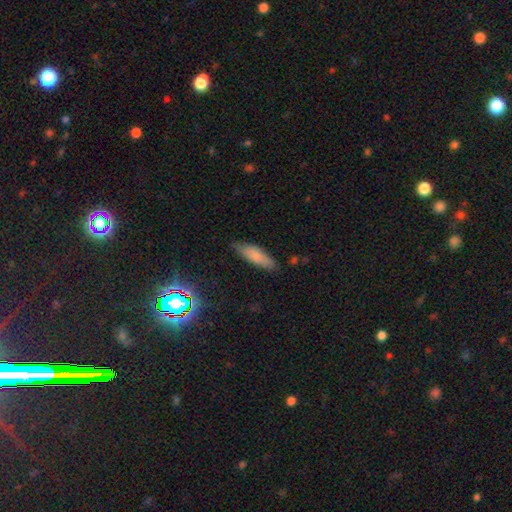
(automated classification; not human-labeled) A smooth galaxy with no disk features (76%) that is in between round and cigar-shaped (49%, tied with cigar-shaped).

Vote fractions:
- Smooth or featured? smooth: 76% / featured or disk: 16% / star or artifact: 8%
- How rounded? in between: 49% (tied) / cigar-shaped: 49% (tied) / round: 2%
- Merging? none: 78% / minor disturbance: 18% / major disturbance: 3% / merger: 2%